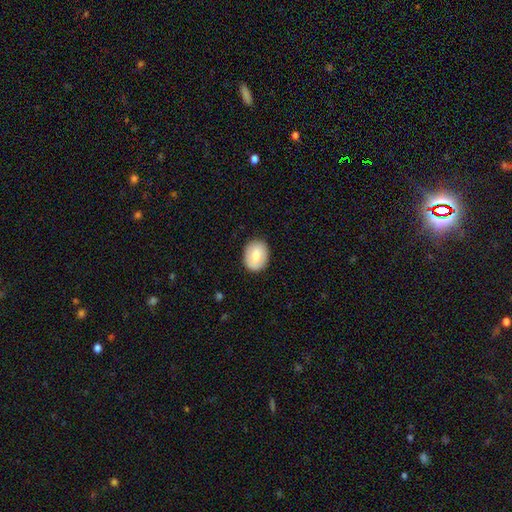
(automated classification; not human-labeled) smooth-or-featured: smooth: 75% | featured or disk: 18% | star or artifact: 6%
  how-rounded: in between: 59% | round: 40% | cigar-shaped: 1%
  merging: none: 87% | minor disturbance: 10% | major disturbance: 2% | merger: 1%